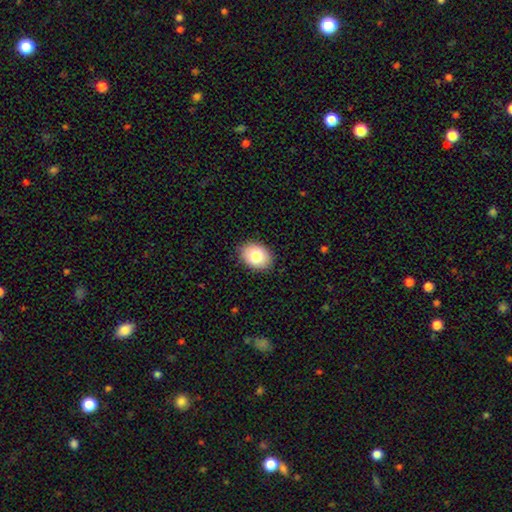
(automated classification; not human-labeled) smooth 82%, featured or disk 10%, star or artifact 8%. Down the decision tree: how rounded — in between (72%); merging — none (88%).